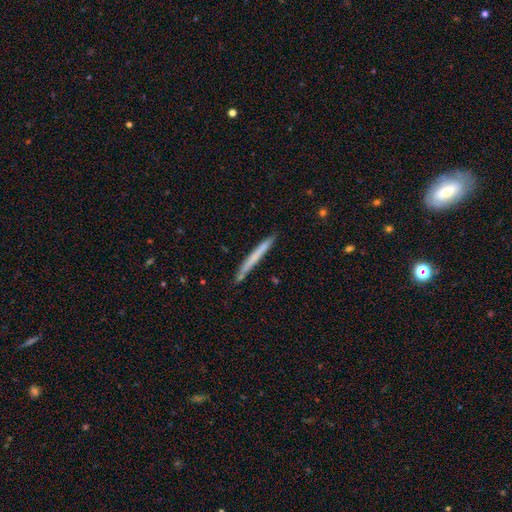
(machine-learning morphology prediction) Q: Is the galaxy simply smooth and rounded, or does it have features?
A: smooth — 59%.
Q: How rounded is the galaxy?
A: cigar-shaped — 97%.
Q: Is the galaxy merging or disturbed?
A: none — 87%.